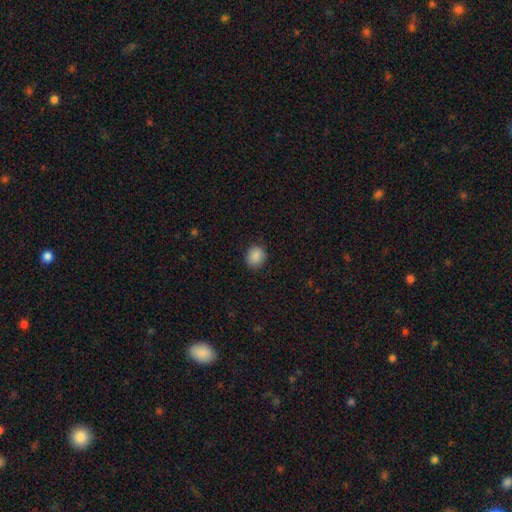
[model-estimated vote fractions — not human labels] This is clearly a smooth galaxy (88%). How rounded: likely round (73%). Merging: clearly none (87%).